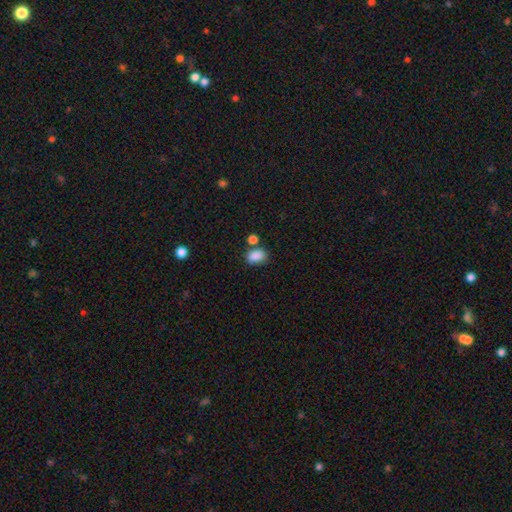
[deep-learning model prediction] Smooth or featured? Predicted: smooth (p=0.87). How rounded? Predicted: in between (p=0.79). Merging? Predicted: none (p=0.63).